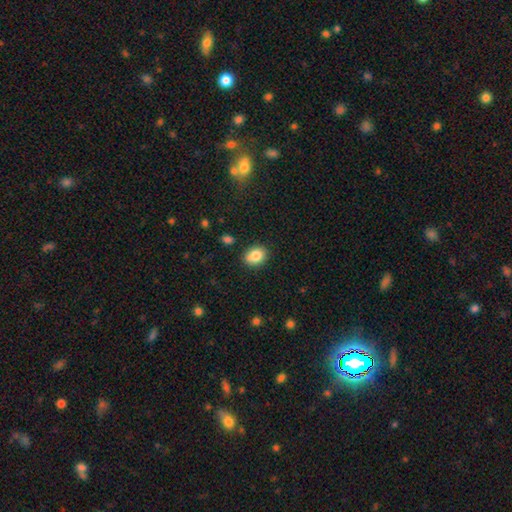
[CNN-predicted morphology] The model was most divided on "how rounded": in between: 61%, round: 38%, cigar-shaped: 1%. More confident: smooth or featured — smooth (85%); merging — none (84%).